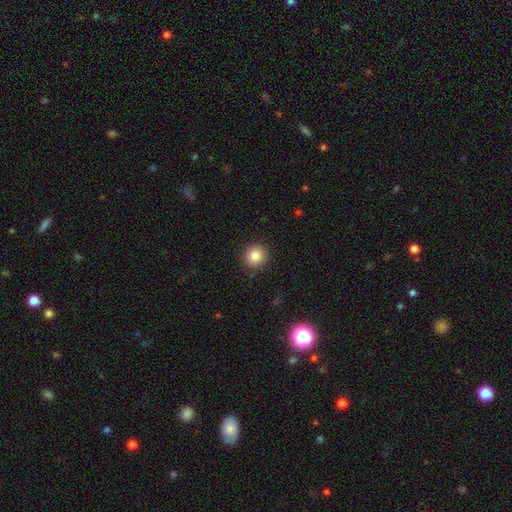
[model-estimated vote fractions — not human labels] A smooth galaxy with no disk features (84%) that is round (92%).

Vote fractions:
- Smooth or featured? smooth: 84% / star or artifact: 11% / featured or disk: 6%
- How rounded? round: 92% / in between: 7% / cigar-shaped: 1%
- Merging? none: 90% / minor disturbance: 6% / major disturbance: 2% / merger: 1%